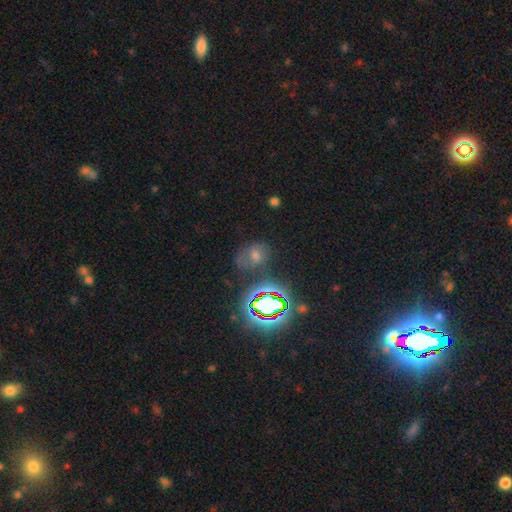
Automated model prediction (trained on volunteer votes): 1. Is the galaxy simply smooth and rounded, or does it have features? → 41% star or artifact, 38% smooth, 20% featured or disk.